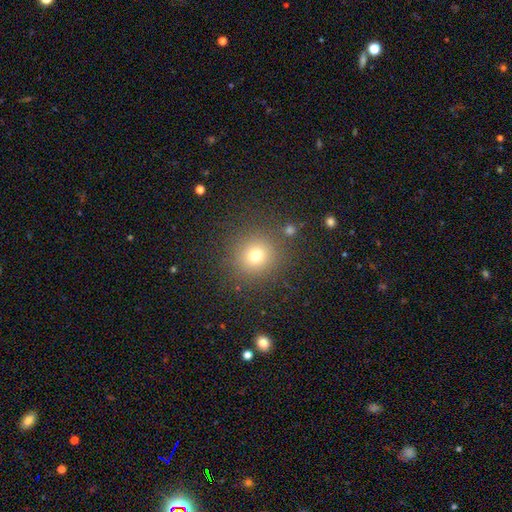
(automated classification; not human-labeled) smooth_or_featured: smooth (p=0.72) [alt: star or artifact p=0.19]
how_rounded: round (p=0.91) [alt: in between p=0.08]
merging: none (p=0.86) [alt: minor disturbance p=0.08]